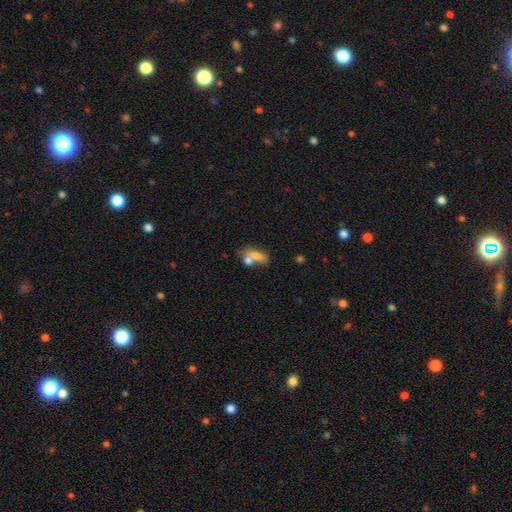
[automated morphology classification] Smooth or featured? smooth (69%)
How rounded? in between (65%)
Merging? merger (44%)